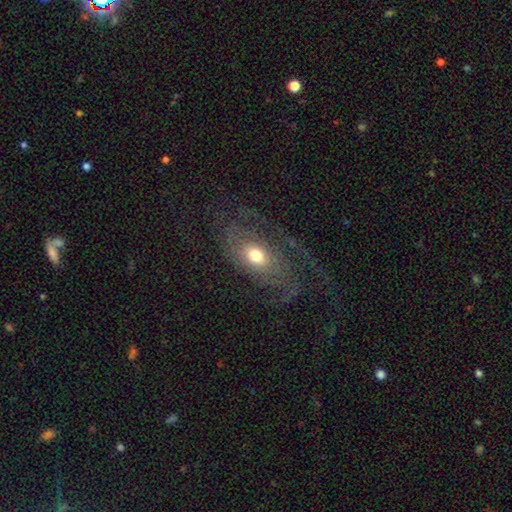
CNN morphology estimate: This appears to be a featured or disk galaxy (68%) with no bar (79%), spiral arms (75%) and a moderate central bulge (68%). Merging: none (56%).